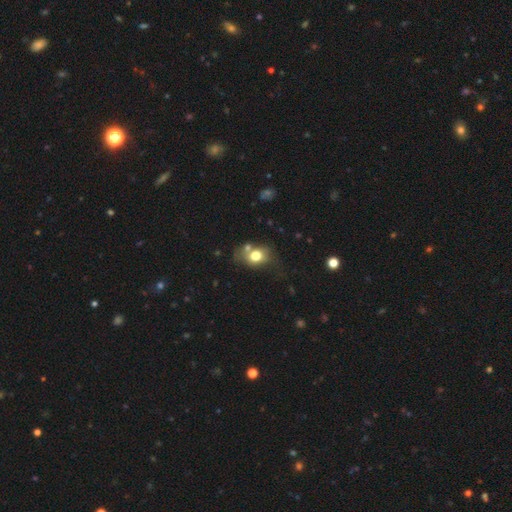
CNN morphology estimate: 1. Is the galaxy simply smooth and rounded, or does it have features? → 73% smooth, 16% featured or disk, 11% star or artifact.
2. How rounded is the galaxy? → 53% in between, 46% round, 1% cigar-shaped.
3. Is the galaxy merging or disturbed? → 47% none, 22% minor disturbance, 20% merger, 11% major disturbance.